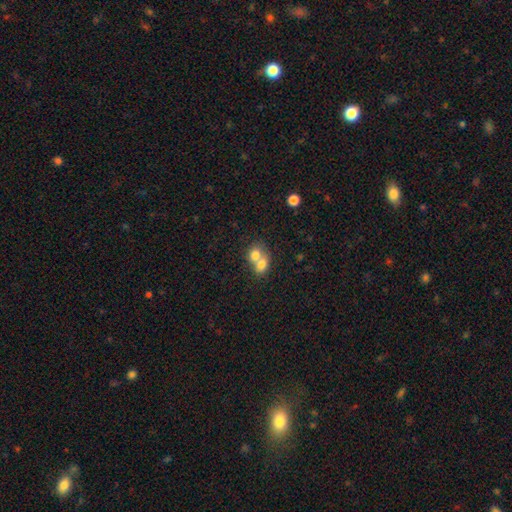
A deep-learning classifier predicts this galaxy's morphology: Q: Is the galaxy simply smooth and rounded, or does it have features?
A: smooth — 74%.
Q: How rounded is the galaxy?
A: in between — 51%.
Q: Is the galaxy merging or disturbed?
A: merger — 73%.